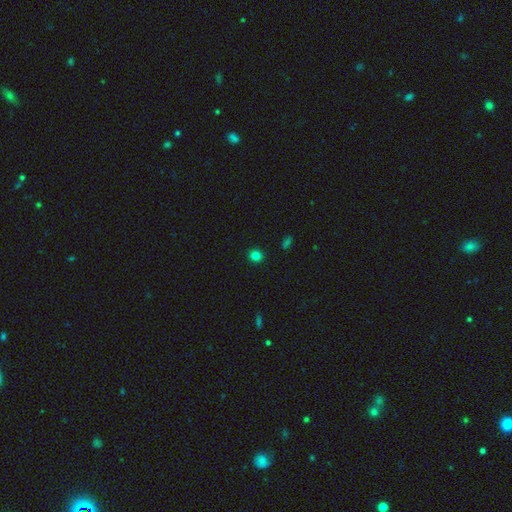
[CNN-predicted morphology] This is clearly a smooth galaxy (82%). How rounded: clearly round (85%). Merging: clearly none (92%).